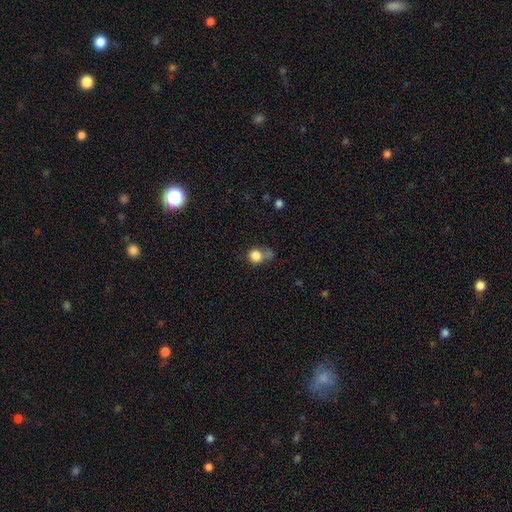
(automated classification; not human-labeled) Smooth or featured: smooth — 82% (star or artifact — 11%)
How rounded: round — 80% (in between — 19%)
Merging: none — 41% (merger — 24%)